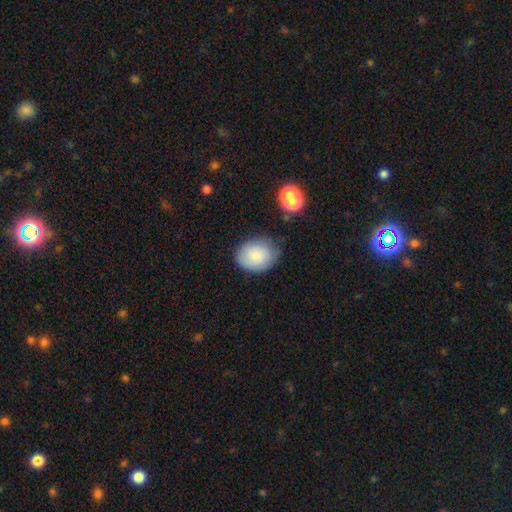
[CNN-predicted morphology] Q: Smooth or featured?
A: smooth (80%); runner-up: featured or disk (12%)
Q: How rounded?
A: in between (62%); runner-up: round (37%)
Q: Merging?
A: none (71%); runner-up: minor disturbance (22%)